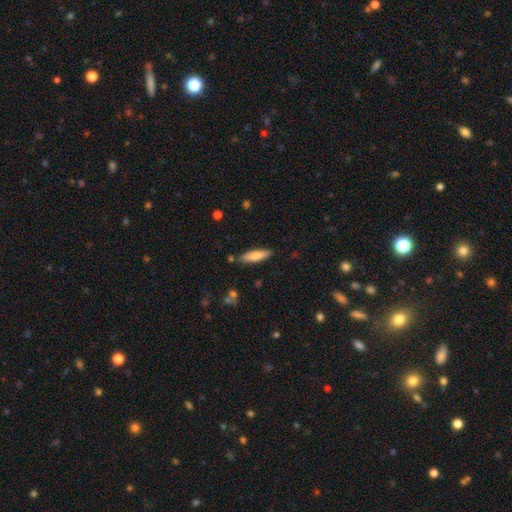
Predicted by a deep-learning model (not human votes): smooth 73%, featured or disk 21%, star or artifact 6%. Down the decision tree: how rounded — cigar-shaped (71%); merging — none (84%).